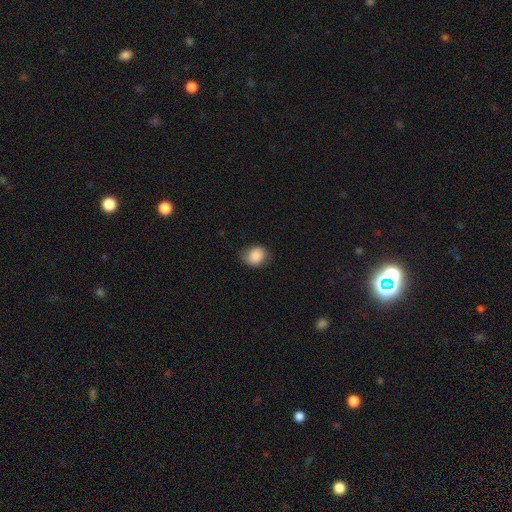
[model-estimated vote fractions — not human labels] Overall: smooth (85%). How rounded: round (58%; in between 41%). Merging: none (69%).